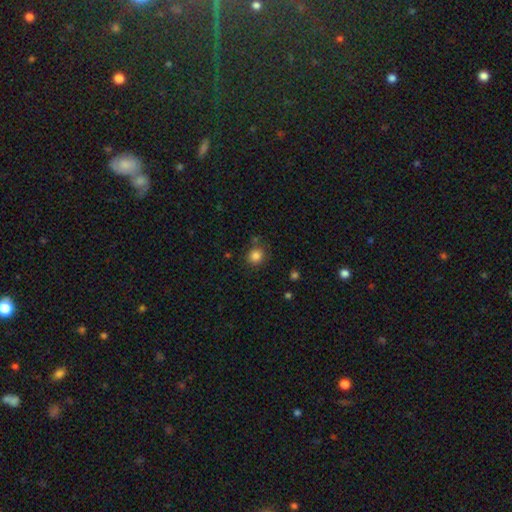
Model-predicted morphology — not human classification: This appears to be a smooth galaxy with no disk features (84%) that is round (89%). Merging: none (81%).